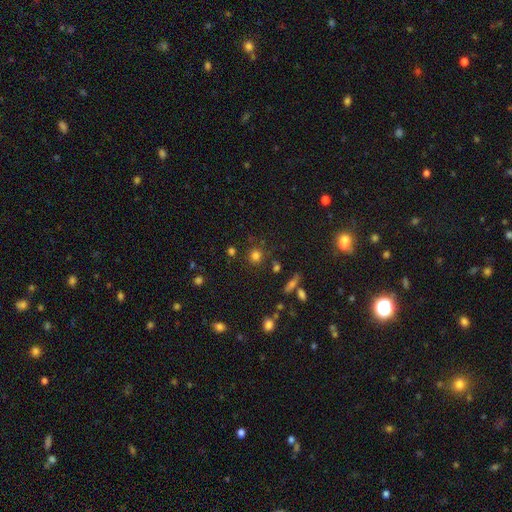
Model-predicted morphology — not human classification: Smooth or featured? Predicted: smooth (p=0.76). How rounded? Predicted: round (p=0.89). Merging? Predicted: none (p=0.80).